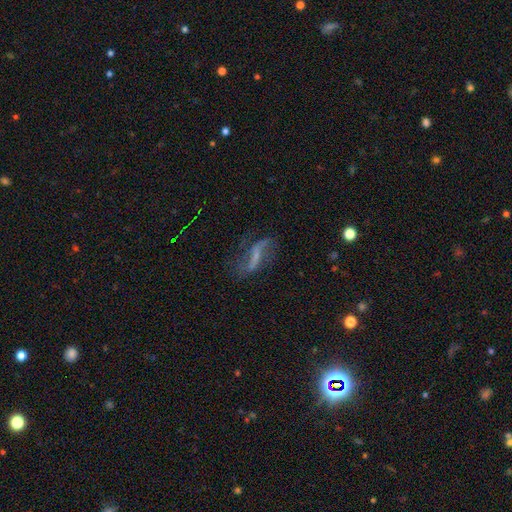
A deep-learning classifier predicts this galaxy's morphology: Smooth or featured? featured or disk (70%)
Edge-on disk? no (88%)
Bar? strong (48%)
Spiral arms? yes (80%)
Bulge size? none (56%)
Merging? none (57%)